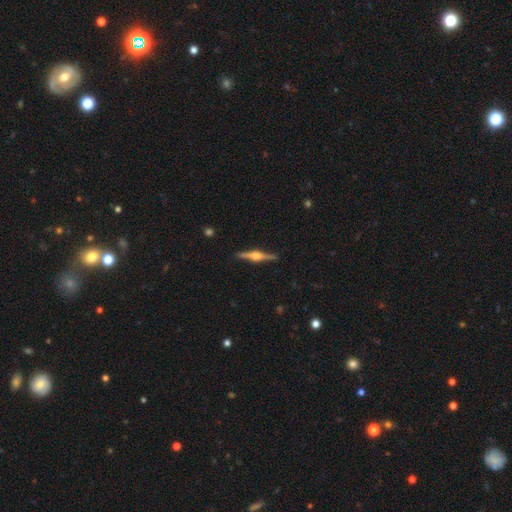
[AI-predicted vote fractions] Morphology: type=featured or disk (83%); edge-on=yes (98%); edge-on bulge=rounded (92%); merging=none (91%).